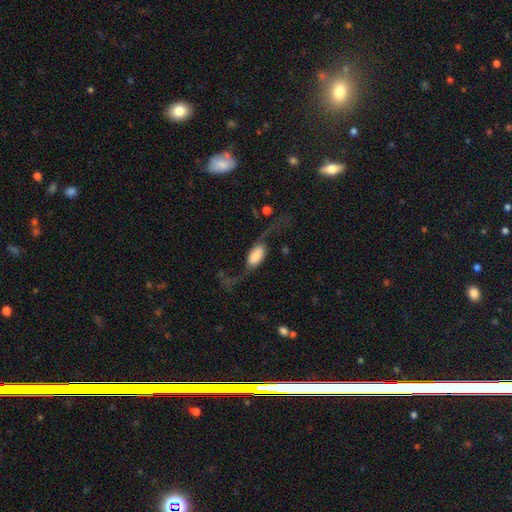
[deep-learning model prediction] The model was most divided on "bulge size": large: 29%, dominant: 26%, moderate: 19%, small: 16%, none: 10%. Remaining: edge-on disk — no (87%); spiral arms — yes (87%); smooth or featured — featured or disk (60%); bar — no (45%); merging — none (42%).